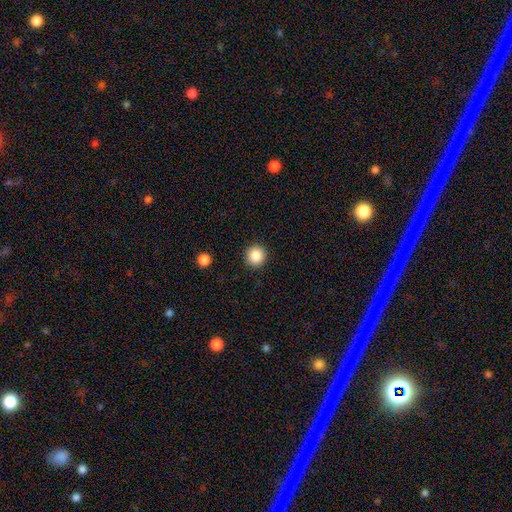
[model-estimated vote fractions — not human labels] Overall: smooth (87%). How rounded: round (93%). Merging: none (92%).